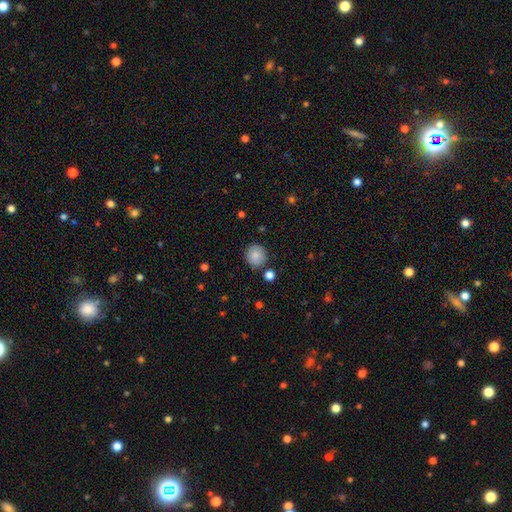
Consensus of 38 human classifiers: Smooth or featured? 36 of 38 (95%) said smooth. How rounded? 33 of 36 (92%) said round. Merging? 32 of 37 (86%) said none.